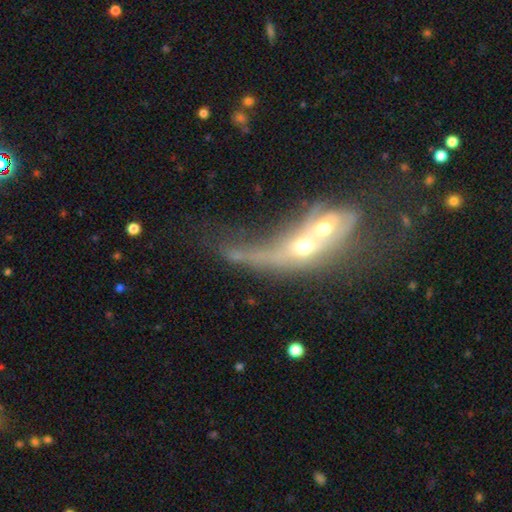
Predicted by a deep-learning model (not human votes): Smooth or featured: featured or disk — 56% (smooth — 32%)
Edge-on disk: no — 79% (yes — 21%)
Merging: merger — 76% (major disturbance — 13%)